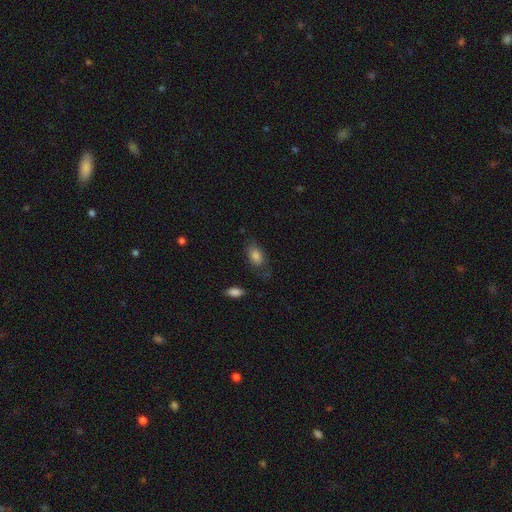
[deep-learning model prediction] The model was most divided on "merging": none: 66%, minor disturbance: 22%, major disturbance: 9%, merger: 3%. More confident: how rounded — in between (89%); smooth or featured — smooth (81%).